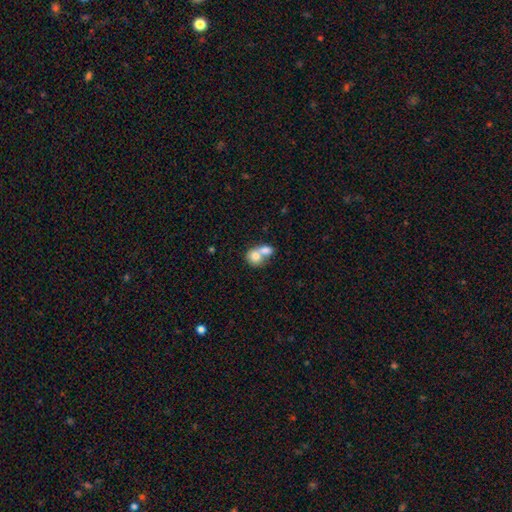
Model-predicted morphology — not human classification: A smooth galaxy with no disk features (75%) that is round (61%). Merging: merger (72%).